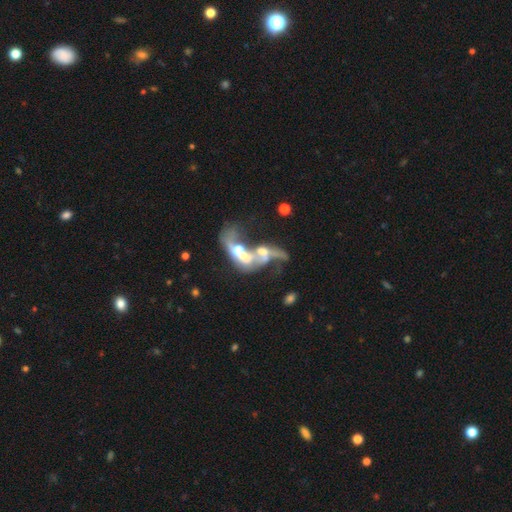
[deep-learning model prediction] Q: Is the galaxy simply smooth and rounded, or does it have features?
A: featured or disk — 68%.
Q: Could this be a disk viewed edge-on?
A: no — 92%.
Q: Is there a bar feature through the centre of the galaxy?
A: no — 68%.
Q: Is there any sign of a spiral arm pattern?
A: yes — 51%.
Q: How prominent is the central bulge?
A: moderate — 51%.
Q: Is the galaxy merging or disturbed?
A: merger — 76%.